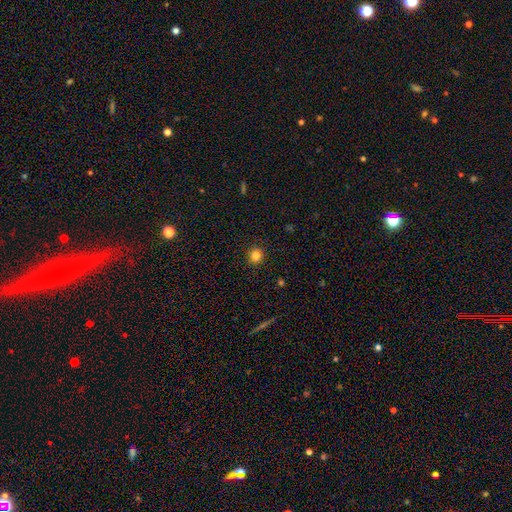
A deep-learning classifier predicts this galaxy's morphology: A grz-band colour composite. It shows a smooth galaxy with no disk features (82%) that is round (92%). Merging: none (92%).